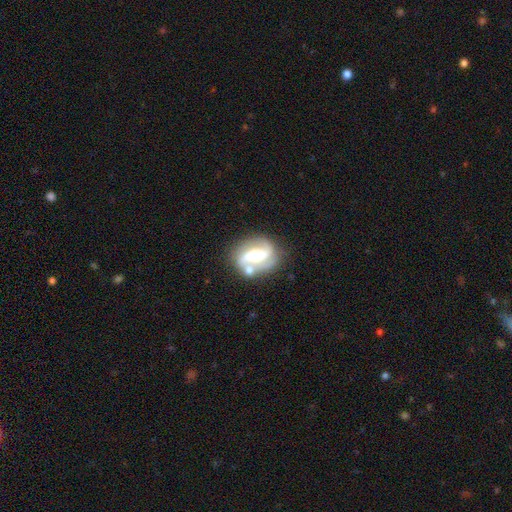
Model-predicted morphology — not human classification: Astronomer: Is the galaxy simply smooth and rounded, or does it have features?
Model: featured or disk — 81%.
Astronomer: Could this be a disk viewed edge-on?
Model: no — 96%.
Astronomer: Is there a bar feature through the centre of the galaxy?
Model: strong — 43% (runner-up: weak, 32%).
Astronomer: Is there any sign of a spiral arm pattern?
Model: yes — 91%.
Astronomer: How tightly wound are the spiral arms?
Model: medium — 48% (runner-up: loose, 30%).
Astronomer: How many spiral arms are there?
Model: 2 — 85%.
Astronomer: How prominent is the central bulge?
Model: moderate — 66%.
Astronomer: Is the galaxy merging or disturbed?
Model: none — 65%.